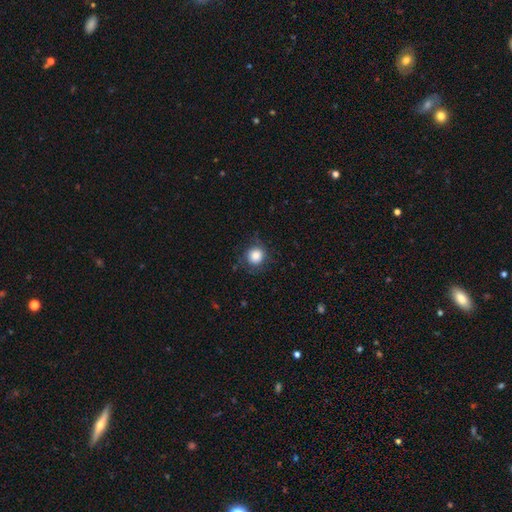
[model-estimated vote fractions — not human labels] Smooth or featured?
  - smooth: 84% *
  - star or artifact: 10%
  - featured or disk: 6%
How rounded?
  - round: 90% *
  - in between: 9%
  - cigar-shaped: 1%
Merging?
  - none: 80% *
  - minor disturbance: 15%
  - major disturbance: 5%
  - merger: 1%